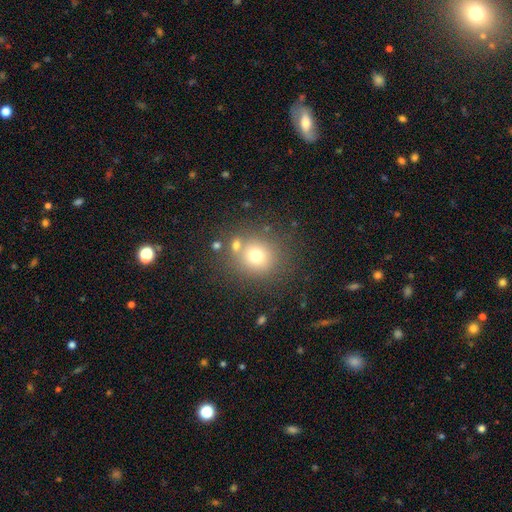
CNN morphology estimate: type=smooth (71%); roundness=round (86%); merging=none (74%).